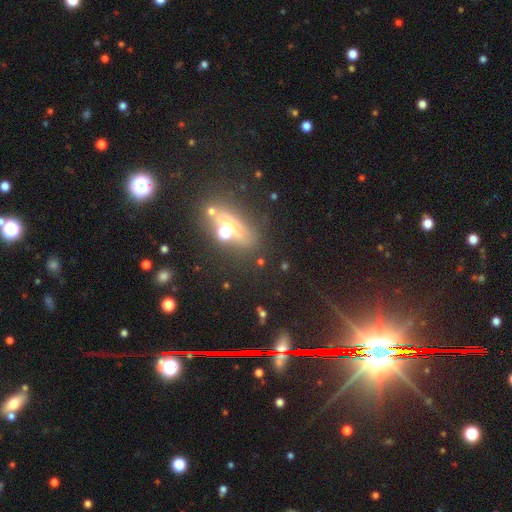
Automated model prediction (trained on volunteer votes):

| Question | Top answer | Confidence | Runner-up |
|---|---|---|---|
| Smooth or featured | star or artifact | 39% | smooth (34%) |